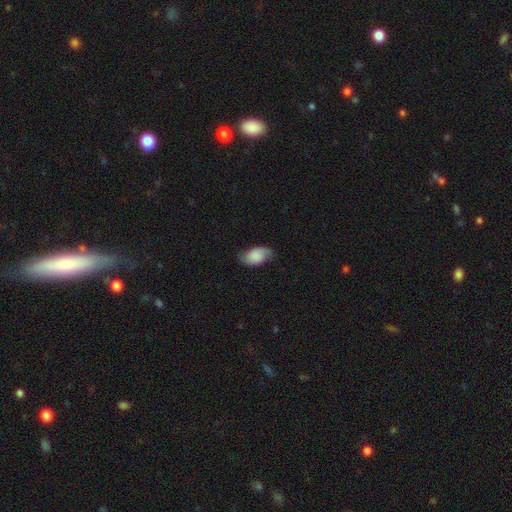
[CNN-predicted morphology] A smooth galaxy with no disk features (58%) that is in between round and cigar-shaped (90%).

Vote fractions:
- Smooth or featured? smooth: 58% / featured or disk: 34% / star or artifact: 9%
- How rounded? in between: 90% / round: 8% / cigar-shaped: 2%
- Merging? none: 69% / minor disturbance: 23% / major disturbance: 7% / merger: 1%